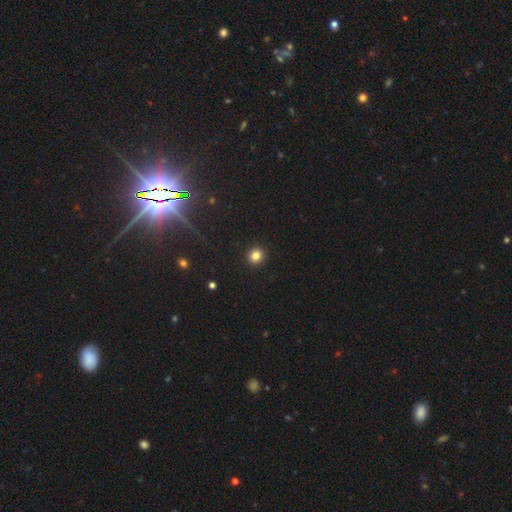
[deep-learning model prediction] smooth 83%, star or artifact 12%, featured or disk 5%. Down the decision tree: how rounded — round (90%); merging — none (93%).